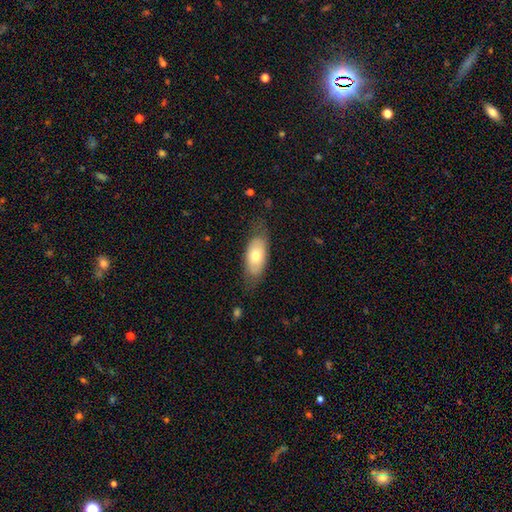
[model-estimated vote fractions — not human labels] Q: Smooth or featured?
A: smooth (65%); runner-up: featured or disk (28%)
Q: How rounded?
A: in between (89%); runner-up: cigar-shaped (7%)
Q: Merging?
A: none (71%); runner-up: minor disturbance (21%)